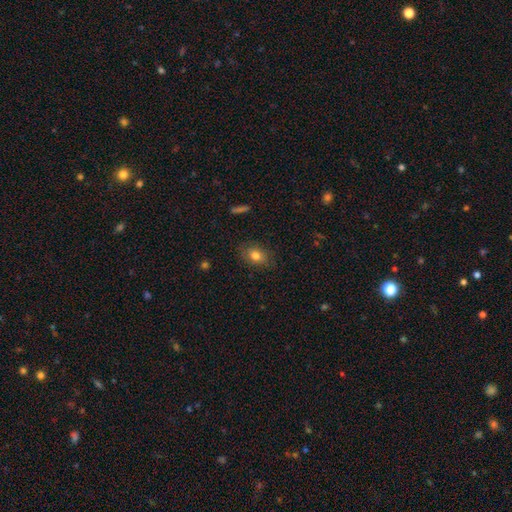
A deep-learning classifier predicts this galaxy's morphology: smooth 79%, featured or disk 12%, star or artifact 10%. Down the decision tree: how rounded — in between (74%); merging — none (82%).